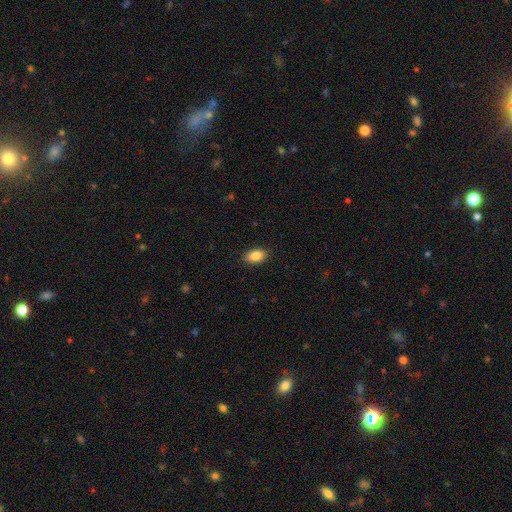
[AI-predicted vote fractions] Q: Smooth or featured?
A: smooth (87%); runner-up: star or artifact (8%)
Q: How rounded?
A: in between (91%); runner-up: round (7%)
Q: Merging?
A: none (89%); runner-up: minor disturbance (8%)